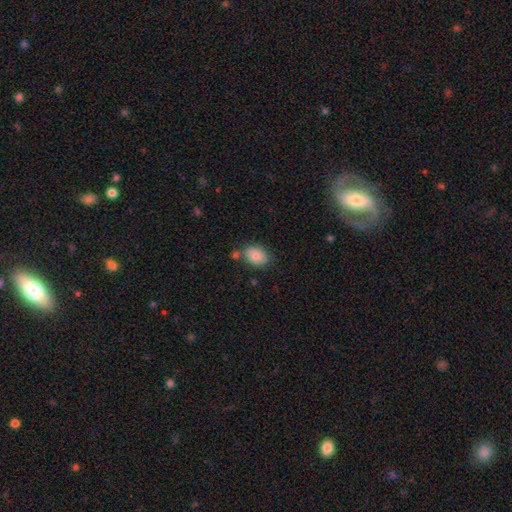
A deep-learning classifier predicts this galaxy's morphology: The model was most divided on "merging": none: 71%, minor disturbance: 15%, merger: 9%, major disturbance: 4%. More confident: smooth or featured — smooth (88%); how rounded — in between (80%).